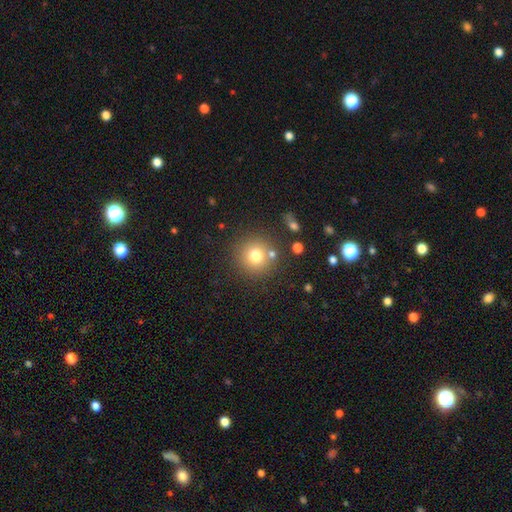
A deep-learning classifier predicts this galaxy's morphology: This is likely a smooth galaxy (75%). How rounded: clearly round (94%). Merging: clearly none (81%).